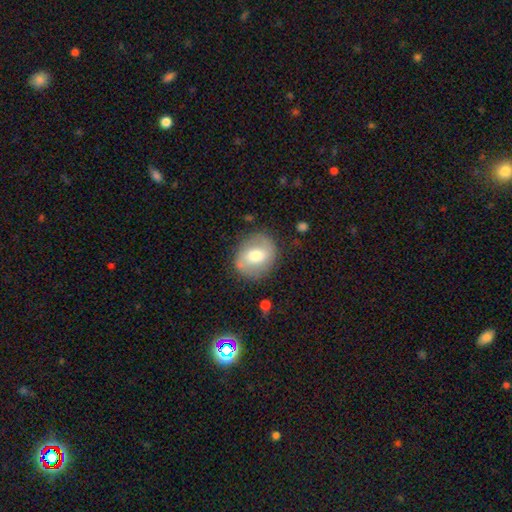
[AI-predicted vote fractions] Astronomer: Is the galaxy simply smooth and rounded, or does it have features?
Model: smooth — 49% (runner-up: featured or disk, 44%).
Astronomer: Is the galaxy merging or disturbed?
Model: none — 80%.